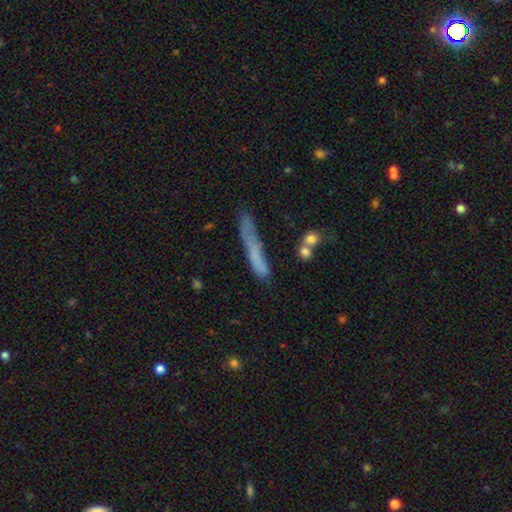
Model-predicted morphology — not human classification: Smooth or featured?
  - smooth: 64% *
  - featured or disk: 27%
  - star or artifact: 9%
How rounded?
  - cigar-shaped: 93% *
  - in between: 5%
  - round: 2%
Merging?
  - none: 58% *
  - minor disturbance: 25%
  - major disturbance: 12%
  - merger: 6%